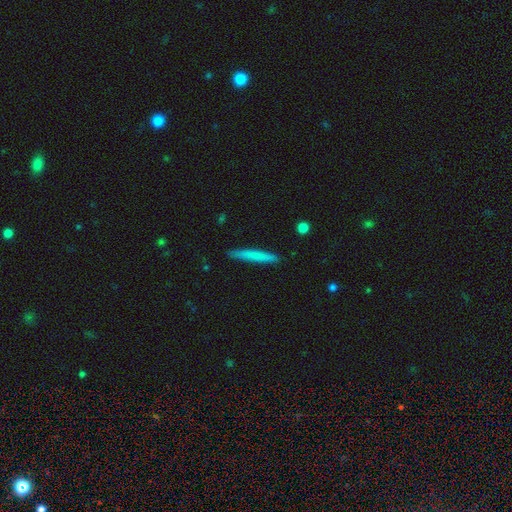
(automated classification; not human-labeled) Smooth or featured?
  - smooth: 72% *
  - featured or disk: 22%
  - star or artifact: 6%
How rounded?
  - cigar-shaped: 96% *
  - in between: 3%
  - round: 1%
Merging?
  - none: 90% *
  - minor disturbance: 7%
  - major disturbance: 1%
  - merger: 1%